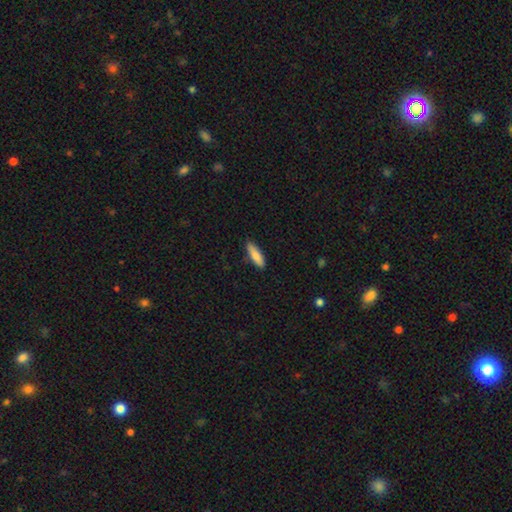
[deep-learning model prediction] smooth-or-featured: smooth: 84% | featured or disk: 10% | star or artifact: 6%
  how-rounded: cigar-shaped: 59% | in between: 39% | round: 2%
  merging: none: 84% | minor disturbance: 13% | major disturbance: 2% | merger: 1%